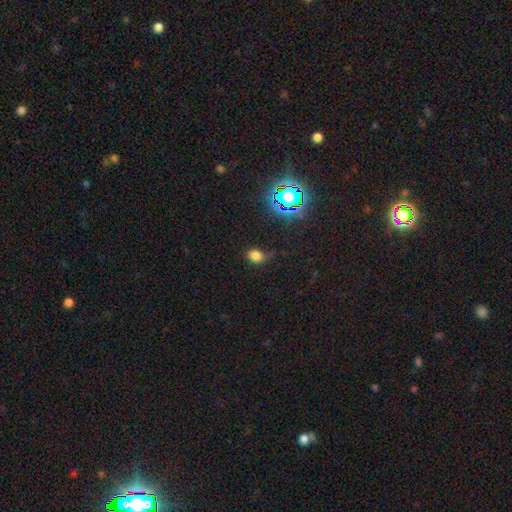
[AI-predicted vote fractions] Smooth or featured? smooth (73%)
How rounded? in between (55%)
Merging? none (56%)